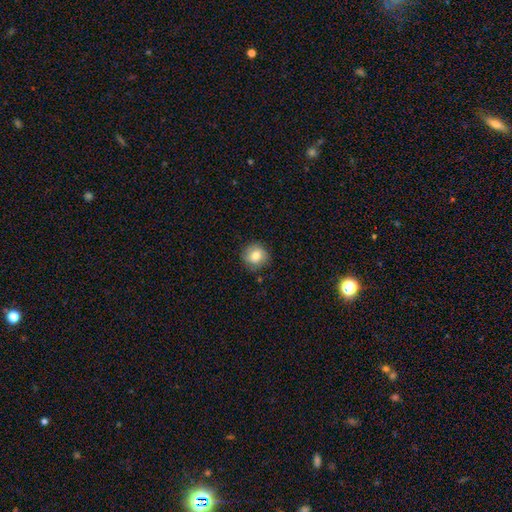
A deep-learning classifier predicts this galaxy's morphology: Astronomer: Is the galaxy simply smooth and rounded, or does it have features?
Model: smooth — 78%.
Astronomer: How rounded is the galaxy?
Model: round — 90%.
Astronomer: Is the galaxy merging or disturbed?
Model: none — 83%.